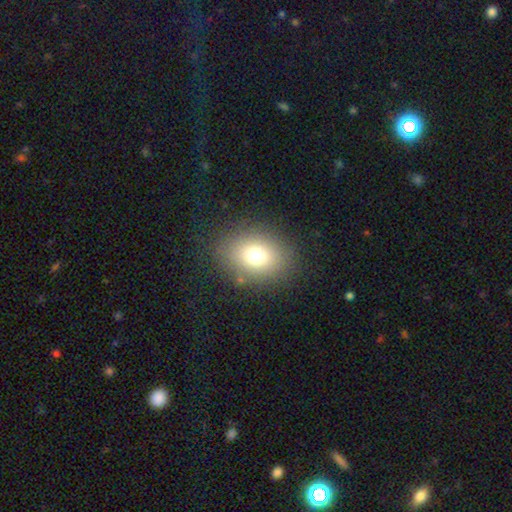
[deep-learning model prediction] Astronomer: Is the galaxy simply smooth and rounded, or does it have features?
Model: smooth — 75%.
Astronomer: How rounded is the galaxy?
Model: in between — 59% (runner-up: round, 40%).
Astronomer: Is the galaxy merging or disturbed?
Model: none — 83%.